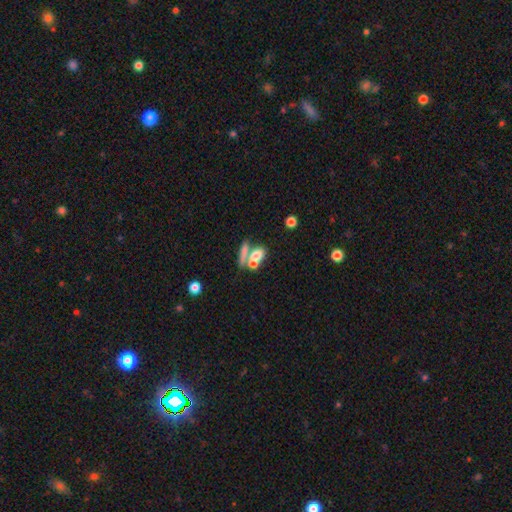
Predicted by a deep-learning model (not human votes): Q: Smooth or featured?
A: smooth (68%); runner-up: featured or disk (21%)
Q: How rounded?
A: in between (66%); runner-up: round (20%)
Q: Merging?
A: merger (50%); runner-up: none (35%)